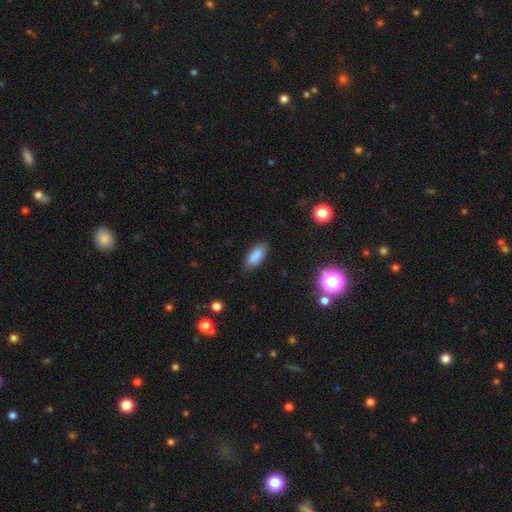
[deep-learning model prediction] This appears to be a smooth galaxy with no disk features (87%) that is in between round and cigar-shaped (86%). Merging: none (85%).